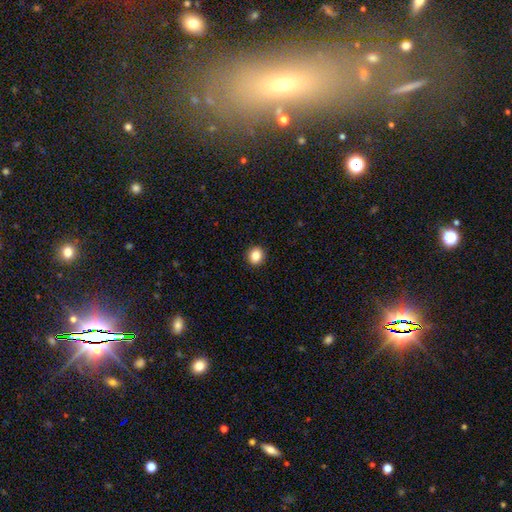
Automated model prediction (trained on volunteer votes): smooth 86%, star or artifact 10%, featured or disk 5%. Down the decision tree: how rounded — round (79%); merging — none (92%).